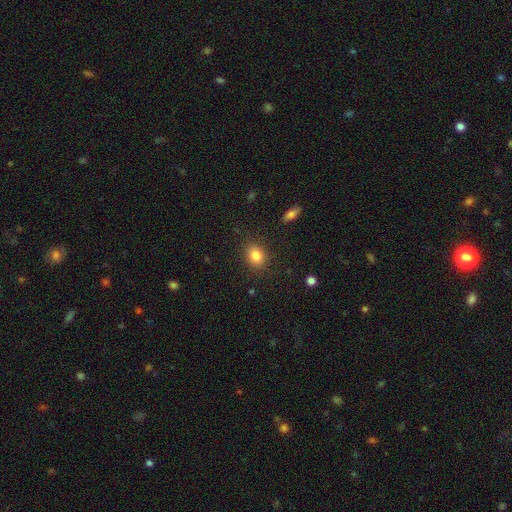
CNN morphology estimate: This is clearly a smooth galaxy (84%). How rounded: likely in between (61%). Merging: clearly none (86%).